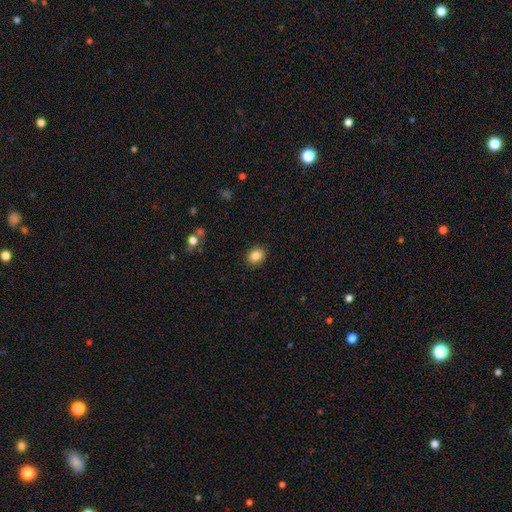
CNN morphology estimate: A smooth galaxy with no disk features (85%) that is in between round and cigar-shaped (52%).

Vote fractions:
- Smooth or featured? smooth: 85% / star or artifact: 9% / featured or disk: 6%
- How rounded? in between: 52% / round: 47% / cigar-shaped: 1%
- Merging? none: 90% / minor disturbance: 7% / major disturbance: 2% / merger: 1%